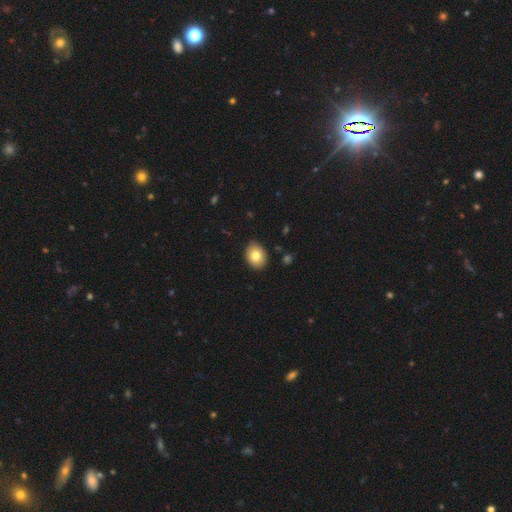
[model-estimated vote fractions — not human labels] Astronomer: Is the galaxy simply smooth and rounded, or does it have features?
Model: smooth — 80%.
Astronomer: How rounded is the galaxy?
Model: in between — 59% (runner-up: round, 40%).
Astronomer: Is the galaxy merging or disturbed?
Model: none — 88%.